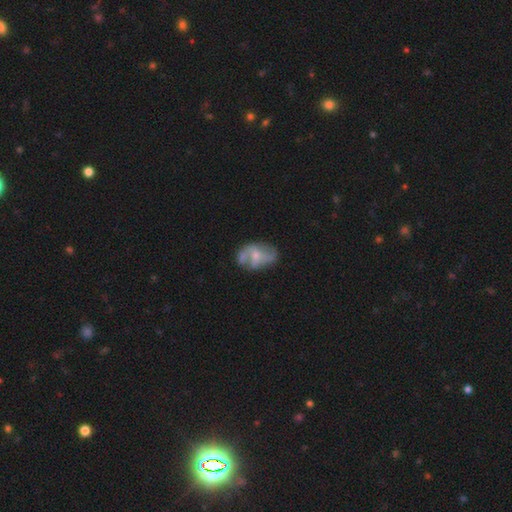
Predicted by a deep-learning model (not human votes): The model was most divided on "bulge size": small: 48%, moderate: 39%, none: 10%, large: 3%, dominant: 1%. Remaining: edge-on disk — no (97%); spiral arms — yes (71%); smooth or featured — featured or disk (65%); bar — no (56%); merging — none (49%).